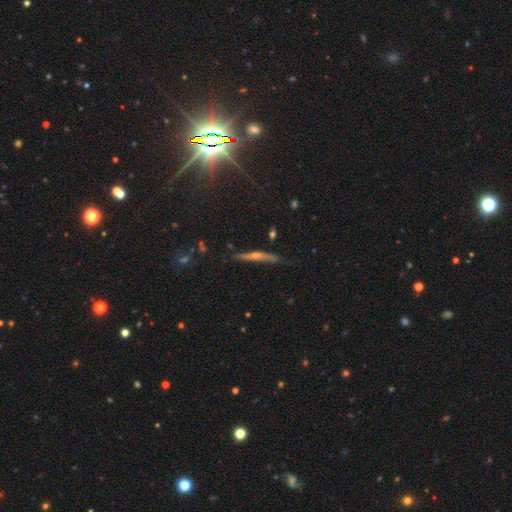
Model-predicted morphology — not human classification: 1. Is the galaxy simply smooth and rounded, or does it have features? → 67% featured or disk, 21% smooth, 12% star or artifact.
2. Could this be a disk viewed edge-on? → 94% yes, 6% no.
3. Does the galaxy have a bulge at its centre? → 80% rounded, 15% none, 6% boxy.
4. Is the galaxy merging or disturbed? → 78% none, 16% minor disturbance, 3% major disturbance, 2% merger.